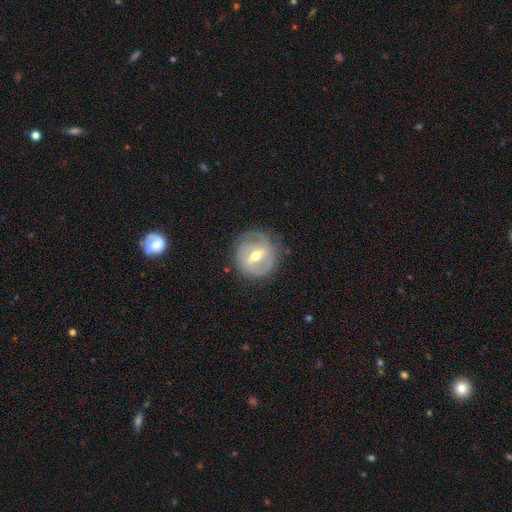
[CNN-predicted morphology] A featured or disk galaxy (66%) with a weak bar (47%), spiral arms (59%) and a moderate central bulge (73%).

Vote fractions:
- Smooth or featured? featured or disk: 66% / smooth: 28% / star or artifact: 7%
- Edge-on disk? no: 94% / yes: 6%
- Bar? weak: 47% / strong: 38% / no: 15%
- Spiral arms? yes: 59% / no: 41%
- Bulge size? moderate: 73% / small: 20% / large: 6% / none: 1% / dominant: 1%
- Merging? none: 75% / minor disturbance: 17% / major disturbance: 7% / merger: 1%